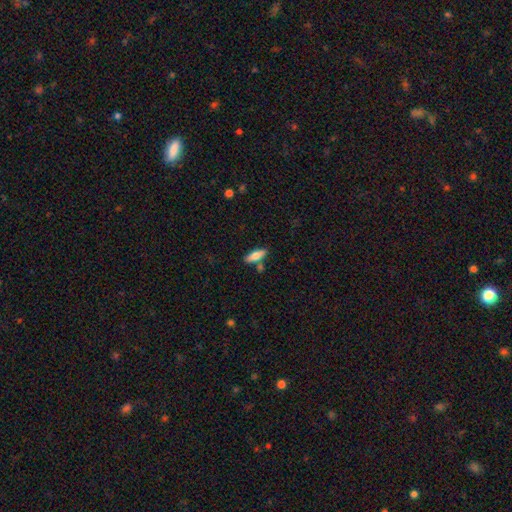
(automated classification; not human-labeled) The model was most divided on "how rounded": in between: 55%, cigar-shaped: 43%, round: 2%. More confident: merging — none (76%); smooth or featured — smooth (70%).